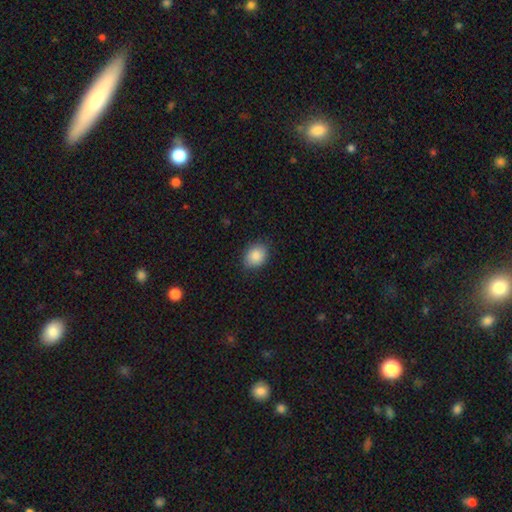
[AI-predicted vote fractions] Smooth or featured?
  - smooth: 87% *
  - star or artifact: 8%
  - featured or disk: 5%
How rounded?
  - in between: 54% *
  - round: 45%
  - cigar-shaped: 1%
Merging?
  - none: 84% *
  - minor disturbance: 12%
  - major disturbance: 3%
  - merger: 1%